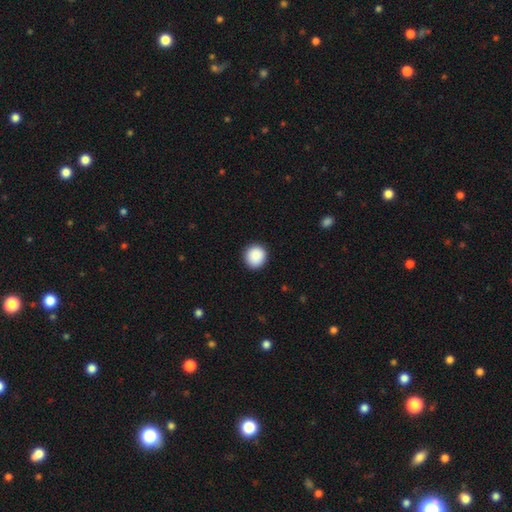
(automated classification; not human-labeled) A smooth galaxy with no disk features (90%) that is round (94%).

Vote fractions:
- Smooth or featured? smooth: 90% / star or artifact: 8% / featured or disk: 3%
- How rounded? round: 94% / in between: 5% / cigar-shaped: 1%
- Merging? none: 92% / minor disturbance: 6% / major disturbance: 2% / merger: 1%